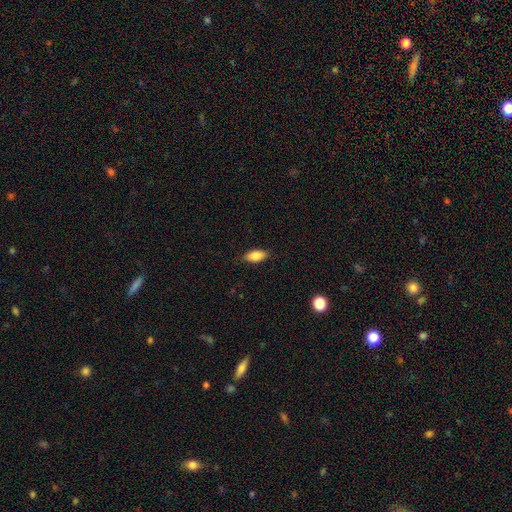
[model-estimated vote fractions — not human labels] Overall: smooth (87%). How rounded: in between (90%). Merging: none (84%).